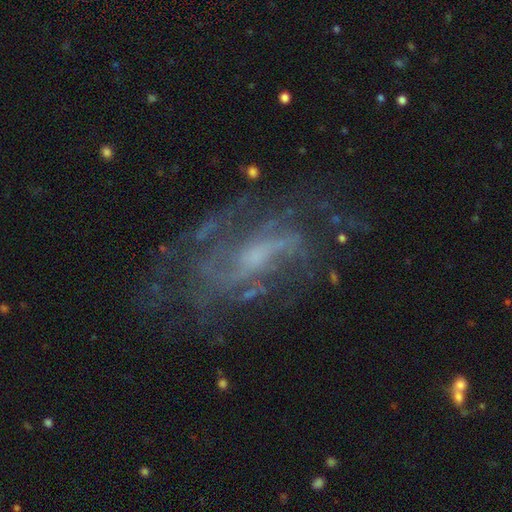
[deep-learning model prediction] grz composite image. It shows a featured or disk galaxy (80%) with a weak bar (44%), medium (41%) spiral arms (81%) and a small central bulge (53%). Merging: none (60%).